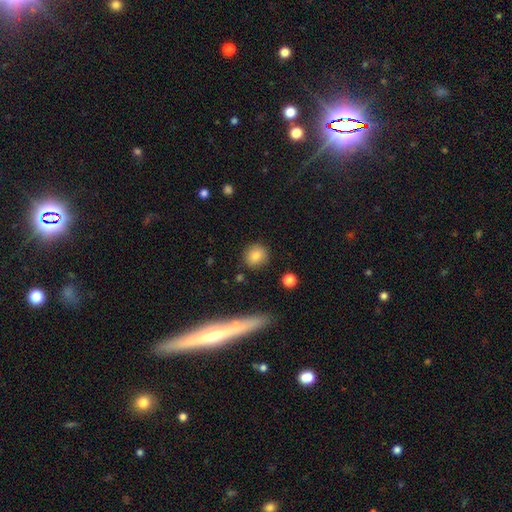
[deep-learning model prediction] This is clearly a smooth galaxy (82%). How rounded: clearly round (86%). Merging: clearly none (87%).